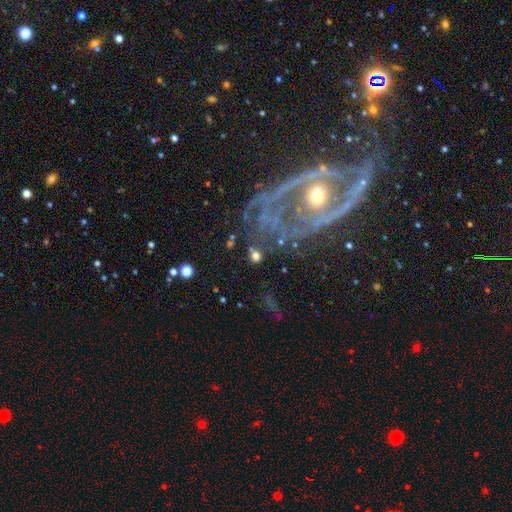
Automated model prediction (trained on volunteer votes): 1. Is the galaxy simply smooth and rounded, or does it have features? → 55% smooth, 29% featured or disk, 16% star or artifact.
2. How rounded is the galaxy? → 74% round, 24% in between, 2% cigar-shaped.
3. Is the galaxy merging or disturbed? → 74% none, 12% minor disturbance, 8% major disturbance, 5% merger.